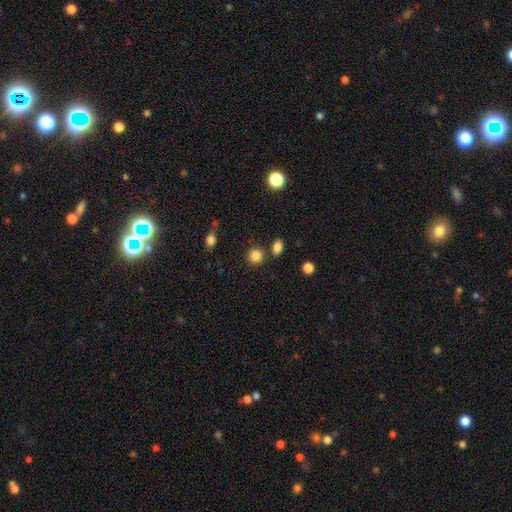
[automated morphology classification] Overall: smooth (84%). How rounded: round (84%). Merging: none (79%).